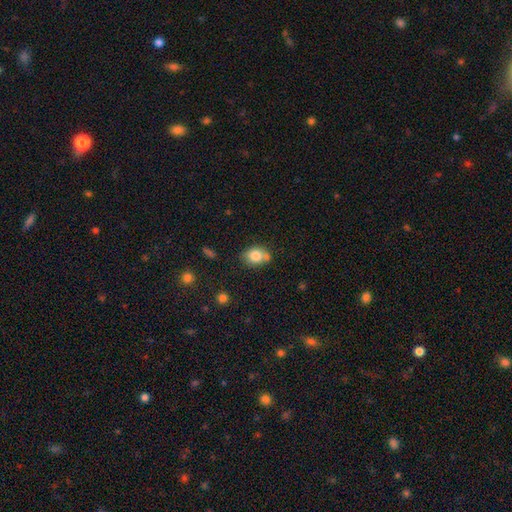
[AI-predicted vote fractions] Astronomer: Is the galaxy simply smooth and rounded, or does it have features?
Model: smooth — 80%.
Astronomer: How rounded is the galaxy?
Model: in between — 62%.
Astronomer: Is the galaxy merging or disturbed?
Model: none — 58%.